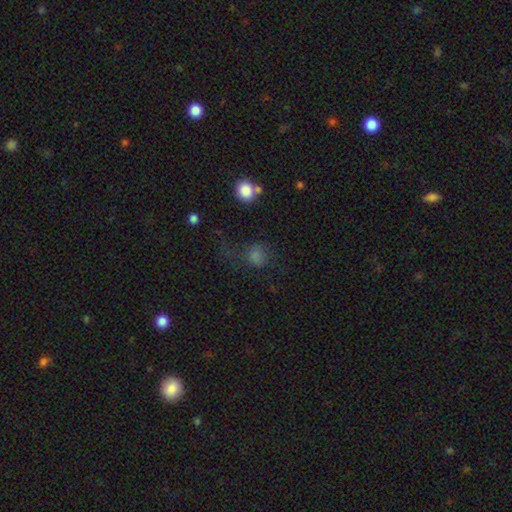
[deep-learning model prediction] Smooth or featured? Predicted: smooth (p=0.67). How rounded? Predicted: round (p=0.78). Merging? Predicted: none (p=0.56).